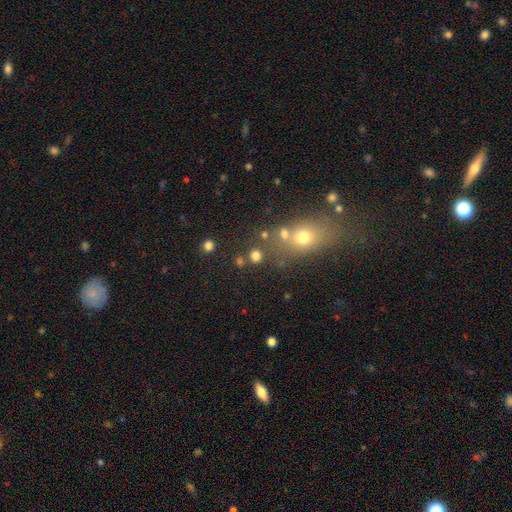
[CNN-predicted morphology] Smooth or featured? Predicted: smooth (p=0.75). How rounded? Predicted: round (p=0.85). Merging? Predicted: none (p=0.71).